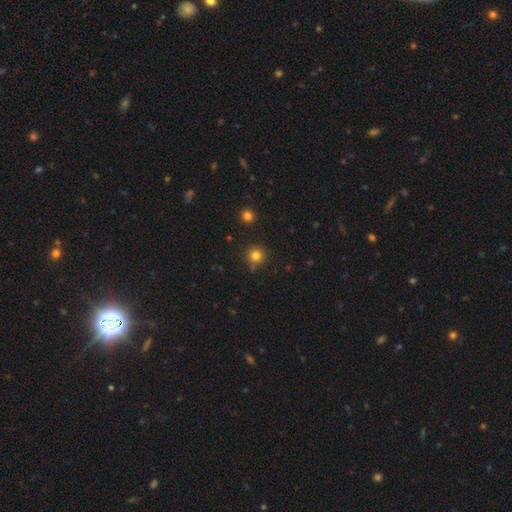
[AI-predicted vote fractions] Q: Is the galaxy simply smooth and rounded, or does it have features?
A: smooth — 81%.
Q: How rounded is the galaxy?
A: round — 93%.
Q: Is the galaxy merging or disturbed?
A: none — 82%.